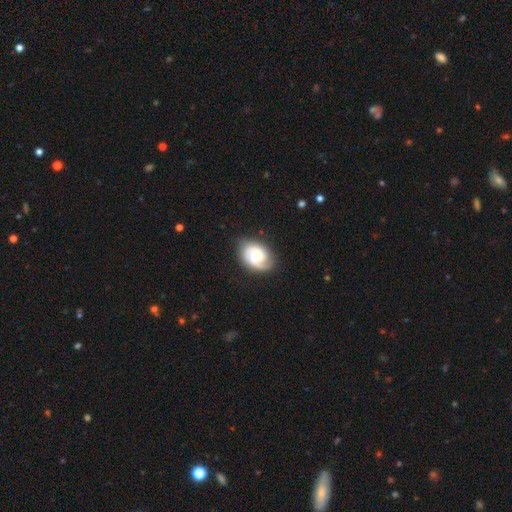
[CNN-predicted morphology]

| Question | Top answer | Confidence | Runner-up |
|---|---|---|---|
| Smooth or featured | featured or disk | 71% | smooth (23%) |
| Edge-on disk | no | 97% | yes (3%) |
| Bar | no | 54% | weak (38%) |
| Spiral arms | yes | 95% | no (5%) |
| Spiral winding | tight | 45% | medium (40%) |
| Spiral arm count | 2 | 53% | 1 (27%) |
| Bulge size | moderate | 38% | small (25%) |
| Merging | none | 74% | minor disturbance (18%) |